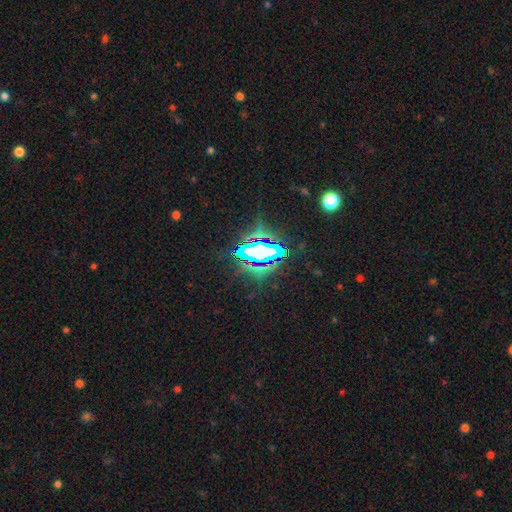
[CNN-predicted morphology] Smooth or featured? Predicted: star or artifact (p=0.69).